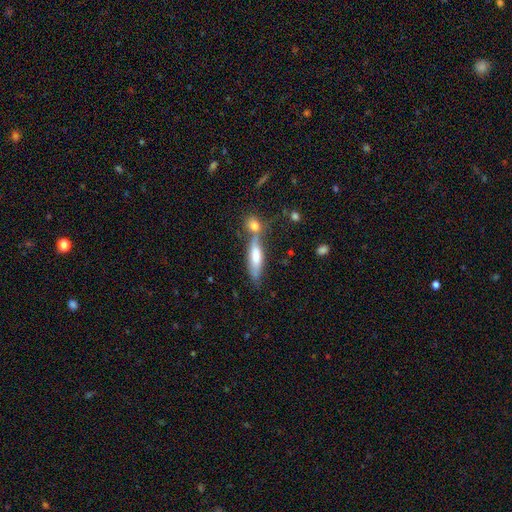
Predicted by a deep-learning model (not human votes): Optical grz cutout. It shows a smooth galaxy with no disk features (55%) that is cigar-shaped (67%). Merging: none (51%).